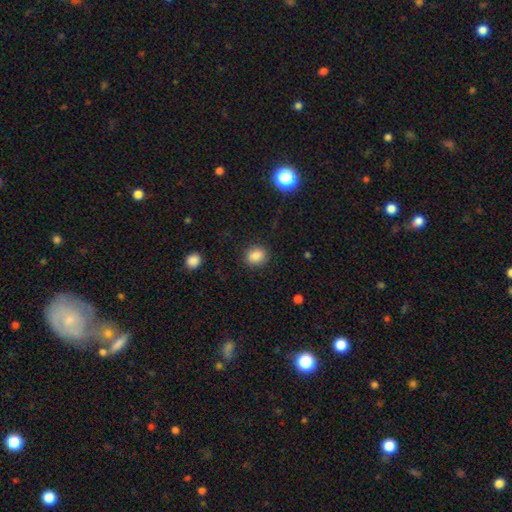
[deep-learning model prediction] The model was most divided on "how rounded": round: 62%, in between: 37%, cigar-shaped: 1%. More confident: merging — none (86%); smooth or featured — smooth (86%).